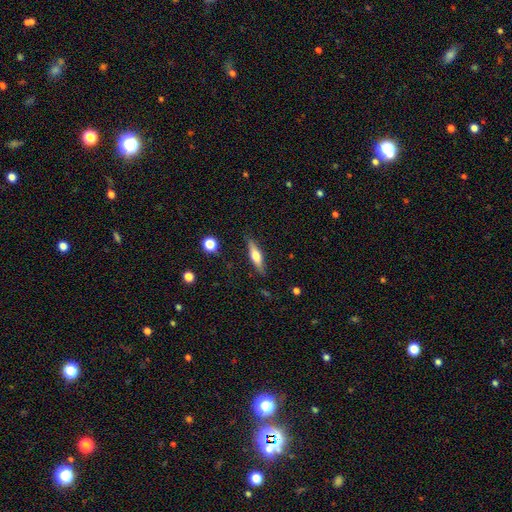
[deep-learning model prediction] The model was most divided on "smooth or featured": smooth: 53%, featured or disk: 41%, star or artifact: 6%. More confident: merging — none (85%); how rounded — cigar-shaped (71%).